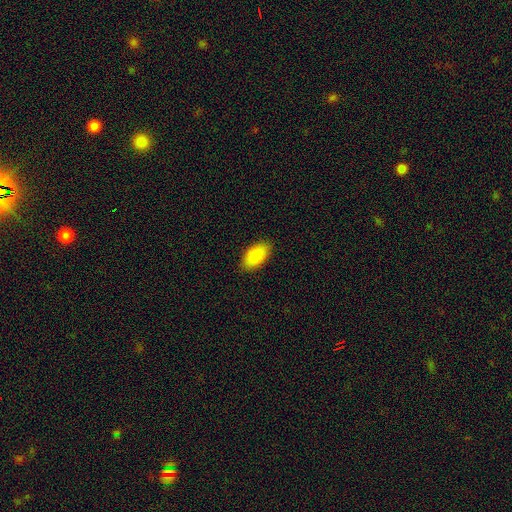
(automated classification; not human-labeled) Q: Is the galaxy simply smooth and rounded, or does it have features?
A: smooth — 87%.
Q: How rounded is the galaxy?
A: in between — 95%.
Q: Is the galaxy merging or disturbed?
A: none — 87%.